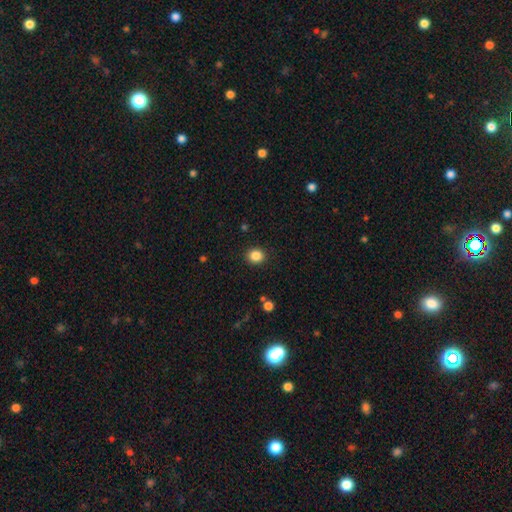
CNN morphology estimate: Smooth or featured: smooth — 85% (star or artifact — 11%)
How rounded: round — 76% (in between — 24%)
Merging: none — 90% (minor disturbance — 6%)